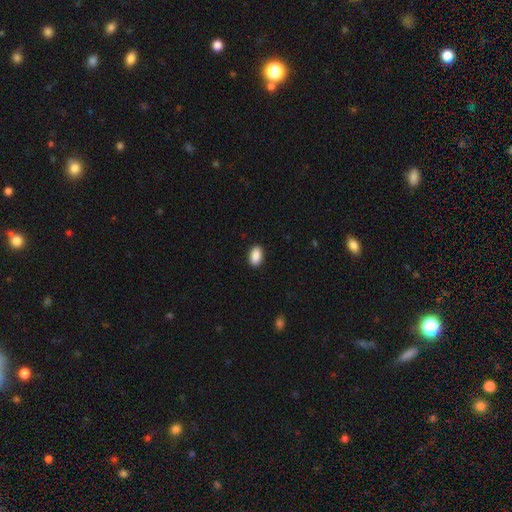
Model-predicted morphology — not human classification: smooth_or_featured: smooth (p=0.90) [alt: star or artifact p=0.07]
how_rounded: in between (p=0.91) [alt: round p=0.07]
merging: none (p=0.90) [alt: minor disturbance p=0.07]